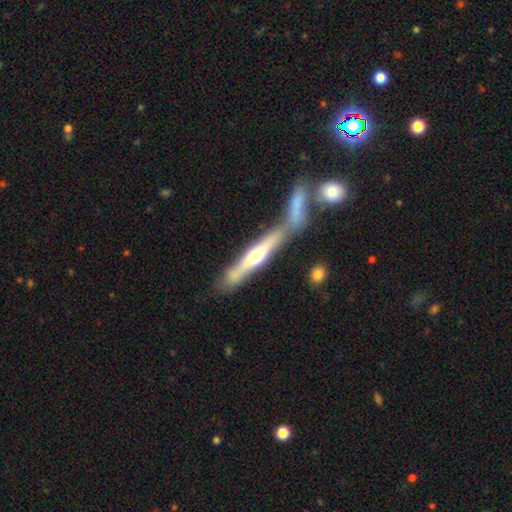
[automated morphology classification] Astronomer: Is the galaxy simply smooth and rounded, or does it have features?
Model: featured or disk — 60%.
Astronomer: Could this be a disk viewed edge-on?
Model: yes — 92%.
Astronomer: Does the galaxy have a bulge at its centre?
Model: rounded — 81%.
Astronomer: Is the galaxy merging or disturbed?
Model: none — 53% (runner-up: merger, 30%).